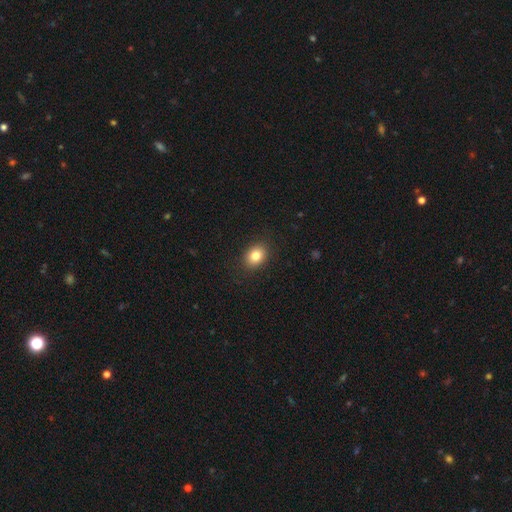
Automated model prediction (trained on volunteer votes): smooth_or_featured: smooth (p=0.82) [alt: star or artifact p=0.10]
how_rounded: in between (p=0.60) [alt: round p=0.39]
merging: none (p=0.89) [alt: minor disturbance p=0.08]